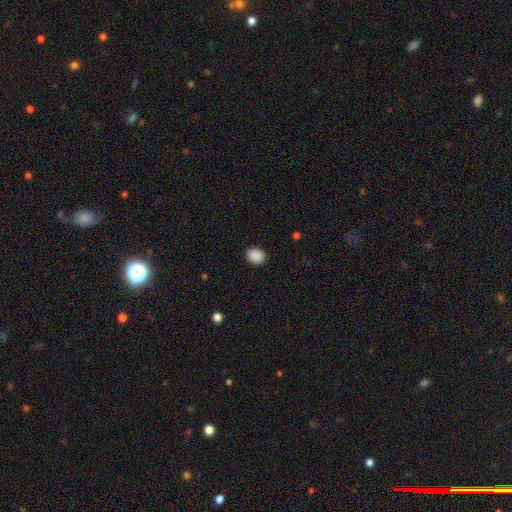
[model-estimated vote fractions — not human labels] Overall: smooth (90%). How rounded: round (55%; in between 44%). Merging: none (89%).